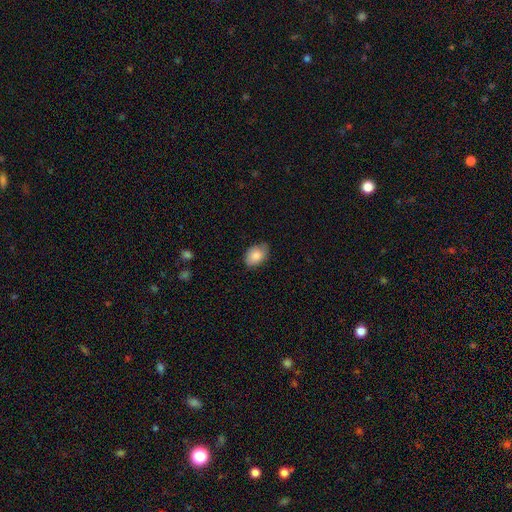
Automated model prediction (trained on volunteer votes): Q: Smooth or featured?
A: smooth (83%); runner-up: featured or disk (10%)
Q: How rounded?
A: in between (85%); runner-up: round (14%)
Q: Merging?
A: none (74%); runner-up: minor disturbance (21%)